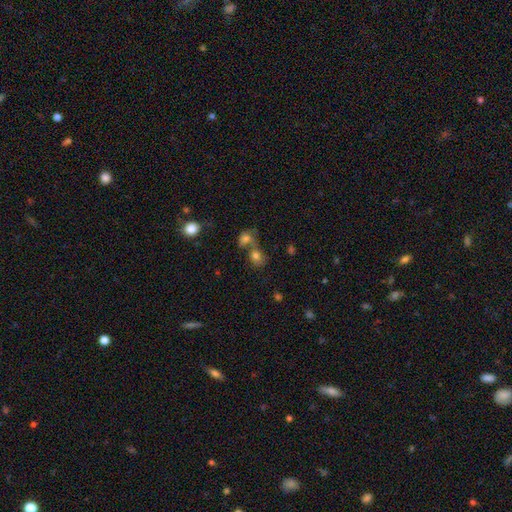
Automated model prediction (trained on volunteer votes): Overall: smooth (76%). How rounded: round (63%; in between 36%). Merging: merger (54%; none 33%).